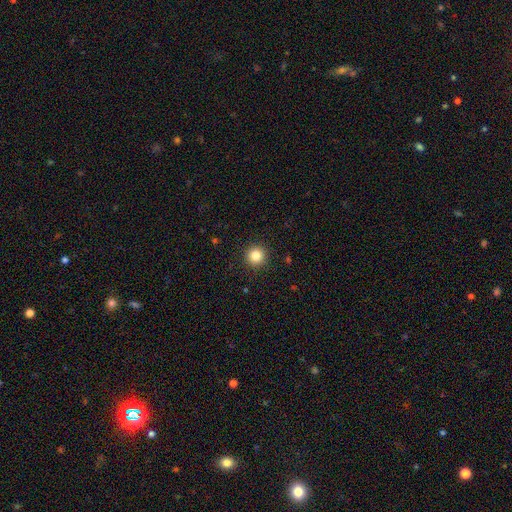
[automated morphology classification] smooth-or-featured: smooth: 84% | star or artifact: 11% | featured or disk: 5%
  how-rounded: round: 95% | in between: 4% | cigar-shaped: 1%
  merging: none: 92% | minor disturbance: 5% | major disturbance: 2% | merger: 1%